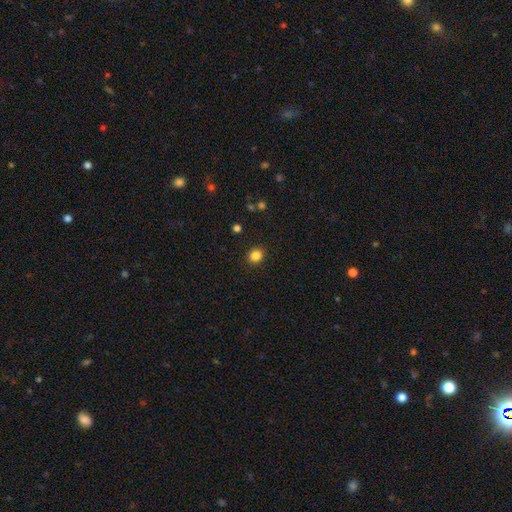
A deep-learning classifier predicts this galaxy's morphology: The model was most divided on "how rounded": round: 73%, in between: 26%, cigar-shaped: 1%. More confident: merging — none (91%); smooth or featured — smooth (85%).